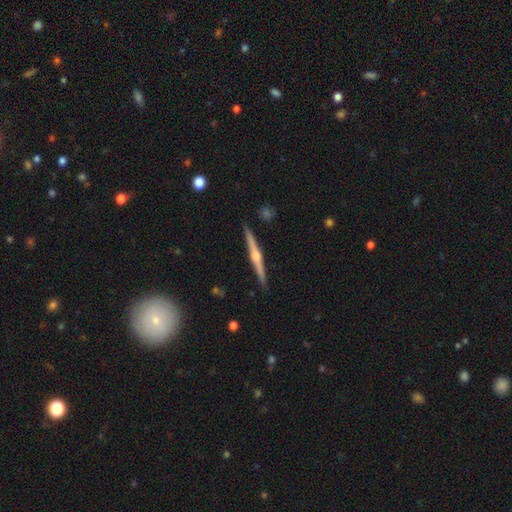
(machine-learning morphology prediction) smooth_or_featured: featured or disk (p=0.79) [alt: smooth p=0.15]
disk_edge_on: yes (p=0.99) [alt: no p=0.01]
edge_on_bulge: rounded (p=0.87) [alt: boxy p=0.07]
merging: none (p=0.92) [alt: minor disturbance p=0.06]